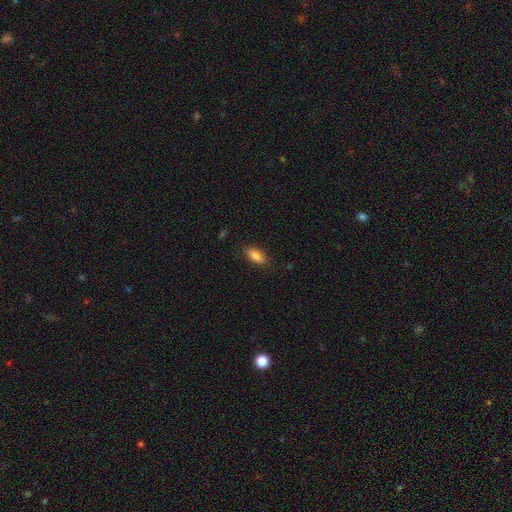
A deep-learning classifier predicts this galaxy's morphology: type=smooth (86%); roundness=in between (86%); merging=none (84%).